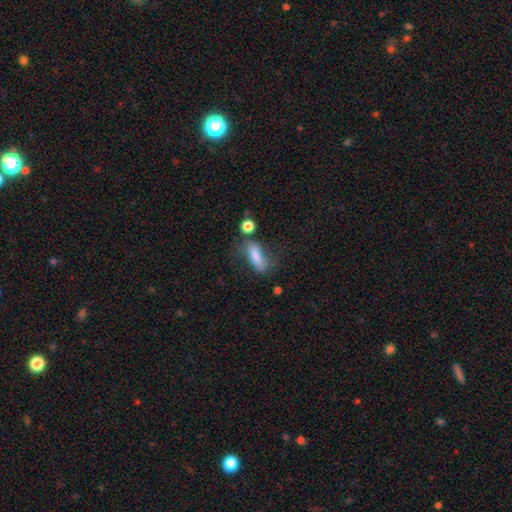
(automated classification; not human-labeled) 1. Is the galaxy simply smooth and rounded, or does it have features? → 75% smooth, 17% featured or disk, 9% star or artifact.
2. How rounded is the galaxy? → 62% in between, 34% cigar-shaped, 4% round.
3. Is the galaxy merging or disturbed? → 43% none, 26% minor disturbance, 19% major disturbance, 12% merger.